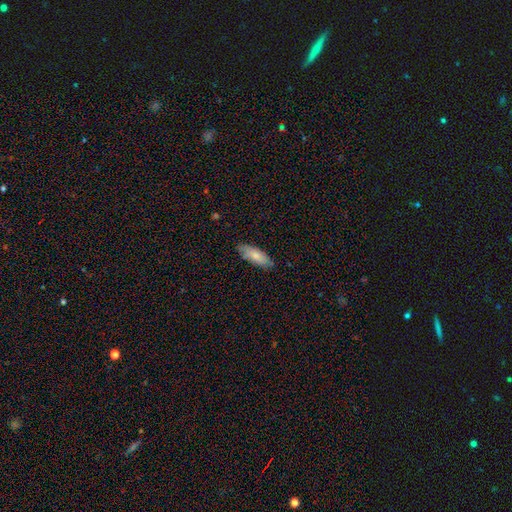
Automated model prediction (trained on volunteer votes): smooth_or_featured: smooth (p=0.79) [alt: featured or disk p=0.15]
how_rounded: in between (p=0.65) [alt: cigar-shaped p=0.33]
merging: none (p=0.83) [alt: minor disturbance p=0.14]